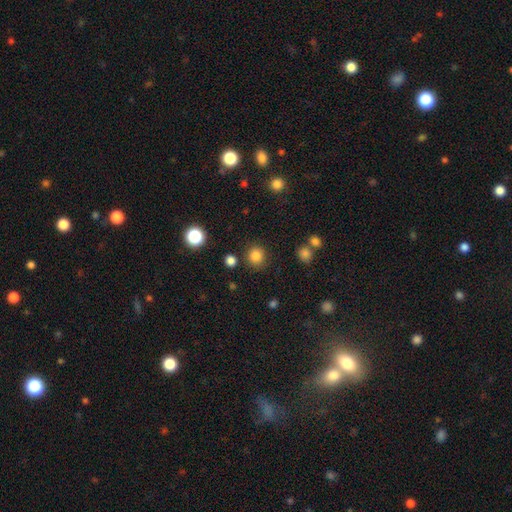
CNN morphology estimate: smooth 83%, star or artifact 13%, featured or disk 4%. Down the decision tree: how rounded — round (91%); merging — none (86%).